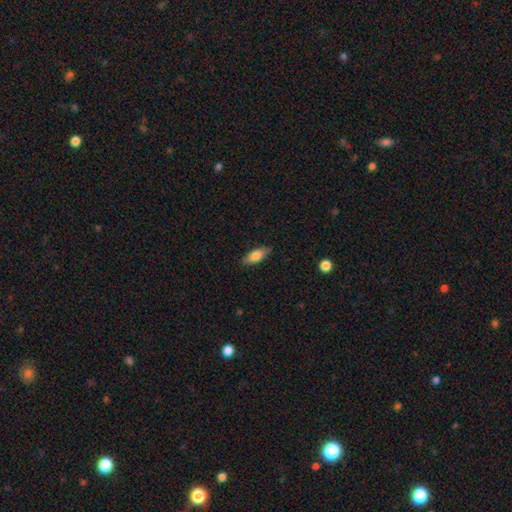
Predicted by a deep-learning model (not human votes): A smooth galaxy with no disk features (75%) that is in between round and cigar-shaped (75%).

Vote fractions:
- Smooth or featured? smooth: 75% / featured or disk: 18% / star or artifact: 7%
- How rounded? in between: 75% / cigar-shaped: 22% / round: 3%
- Merging? none: 86% / minor disturbance: 11% / major disturbance: 2% / merger: 1%